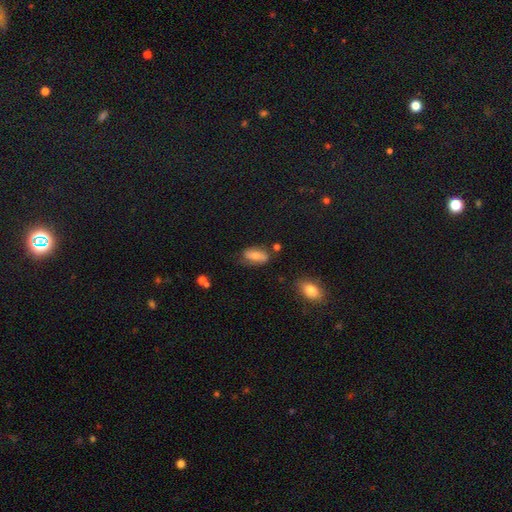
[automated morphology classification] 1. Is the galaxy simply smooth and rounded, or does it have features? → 64% smooth, 28% featured or disk, 8% star or artifact.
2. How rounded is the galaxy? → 84% in between, 11% cigar-shaped, 4% round.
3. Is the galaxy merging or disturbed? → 69% none, 21% minor disturbance, 6% major disturbance, 4% merger.